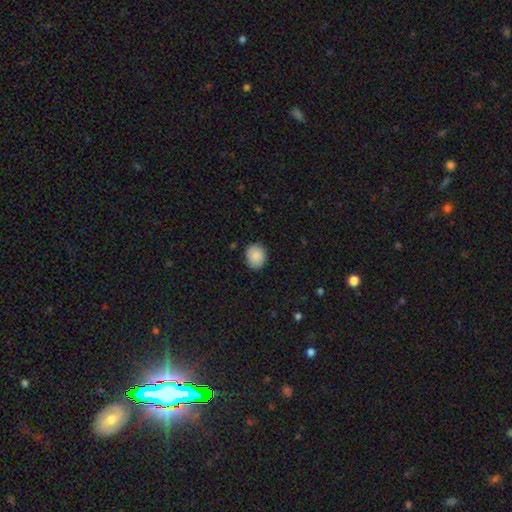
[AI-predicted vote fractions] A smooth galaxy with no disk features (89%) that is round (64%).

Vote fractions:
- Smooth or featured? smooth: 89% / star or artifact: 7% / featured or disk: 4%
- How rounded? round: 64% / in between: 35% / cigar-shaped: 1%
- Merging? none: 85% / minor disturbance: 11% / major disturbance: 2% / merger: 1%